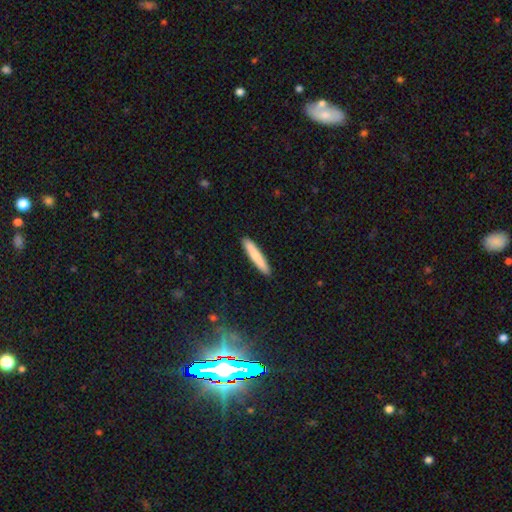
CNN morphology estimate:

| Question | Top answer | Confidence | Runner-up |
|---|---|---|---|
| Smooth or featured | smooth | 78% | featured or disk (17%) |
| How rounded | cigar-shaped | 93% | in between (6%) |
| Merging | none | 91% | minor disturbance (6%) |